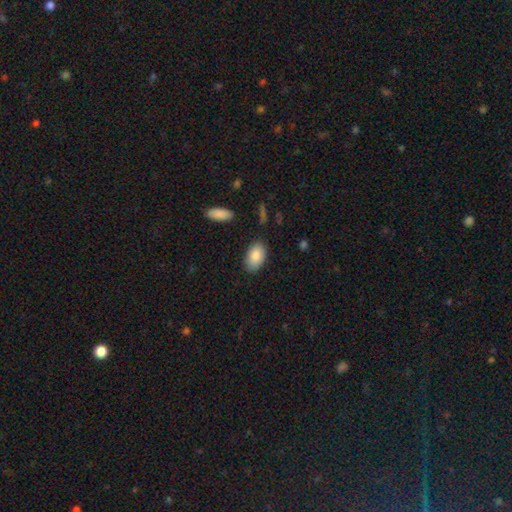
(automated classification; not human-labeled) smooth 87%, featured or disk 6%, star or artifact 6%. Down the decision tree: how rounded — in between (94%); merging — none (83%).